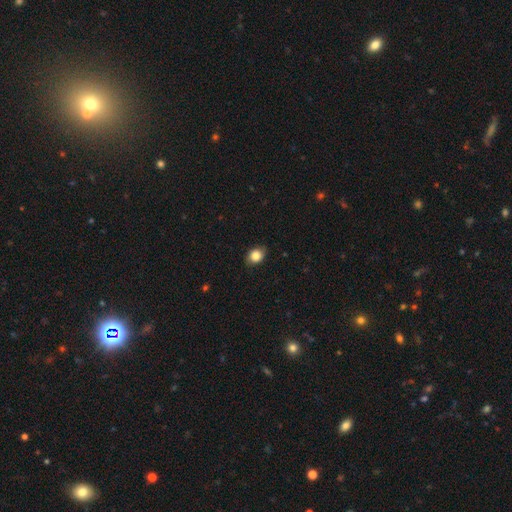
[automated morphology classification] Smooth or featured?
  - smooth: 84% *
  - star or artifact: 9%
  - featured or disk: 8%
How rounded?
  - in between: 50% *
  - round: 49%
  - cigar-shaped: 1%
Merging?
  - none: 83% *
  - minor disturbance: 14%
  - major disturbance: 3%
  - merger: 1%